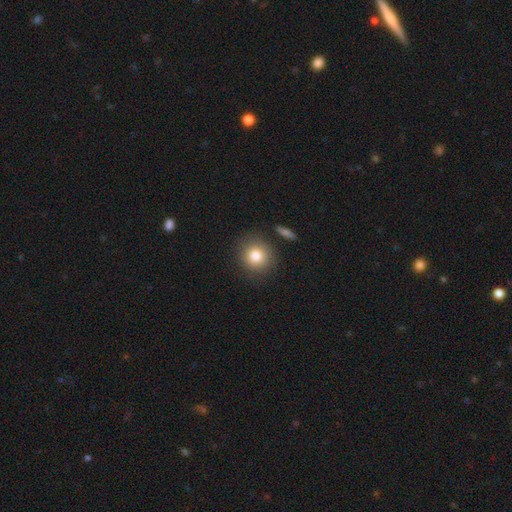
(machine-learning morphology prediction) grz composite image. It shows a smooth galaxy with no disk features (82%) that is round (87%). Merging: none (85%).